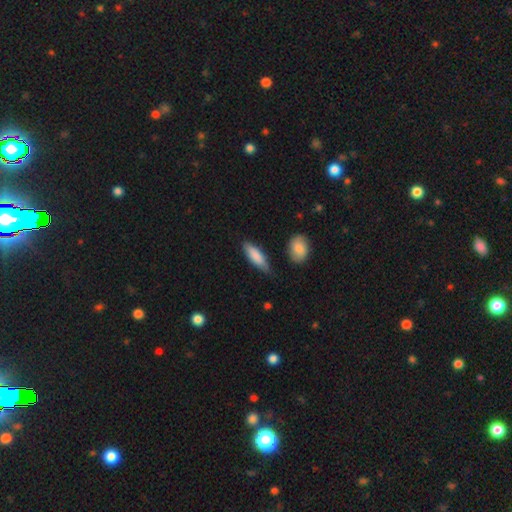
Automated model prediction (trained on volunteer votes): Morphology: type=smooth (82%); roundness=in between (50%); merging=none (71%).